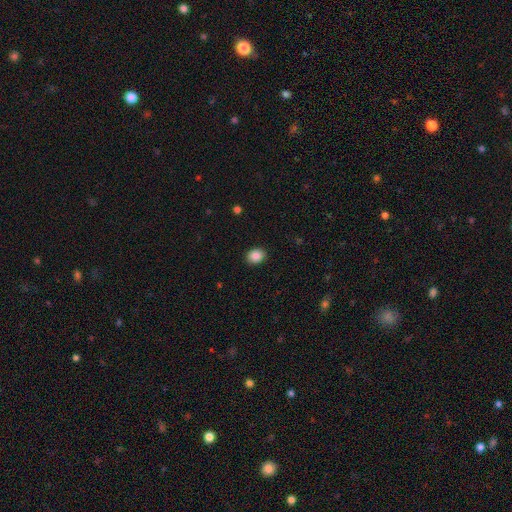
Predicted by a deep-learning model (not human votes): This appears to be a smooth galaxy with no disk features (87%) that is in between round and cigar-shaped (51%). Merging: none (90%).